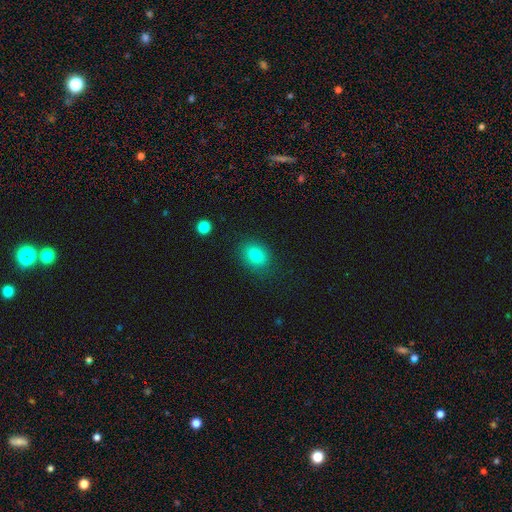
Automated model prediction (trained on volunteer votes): Smooth or featured: smooth — 80% (star or artifact — 11%)
How rounded: in between — 60% (round — 39%)
Merging: none — 84% (minor disturbance — 11%)